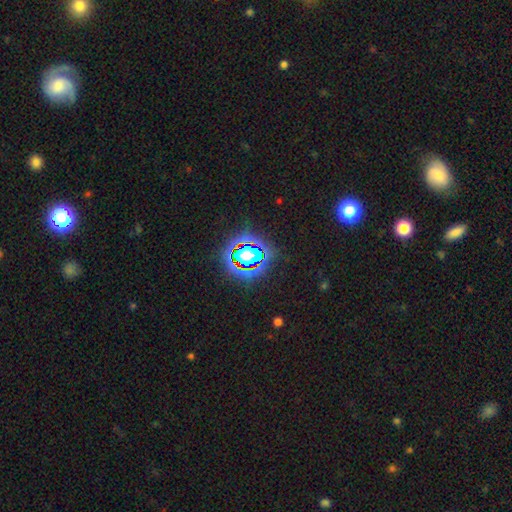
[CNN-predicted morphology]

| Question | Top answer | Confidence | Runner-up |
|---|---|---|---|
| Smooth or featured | star or artifact | 79% | smooth (13%) |